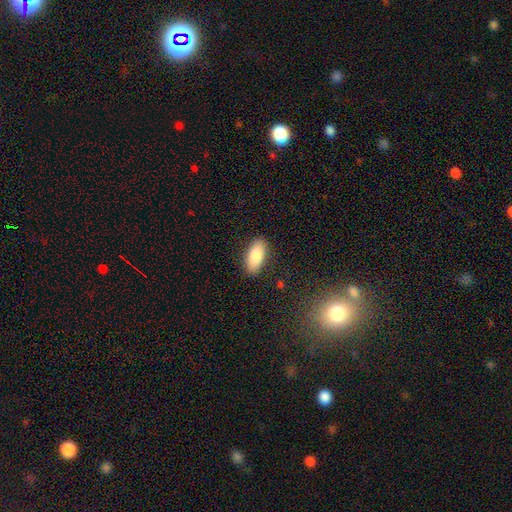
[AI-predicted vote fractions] Morphology: type=smooth (85%); roundness=in between (88%); merging=none (87%).